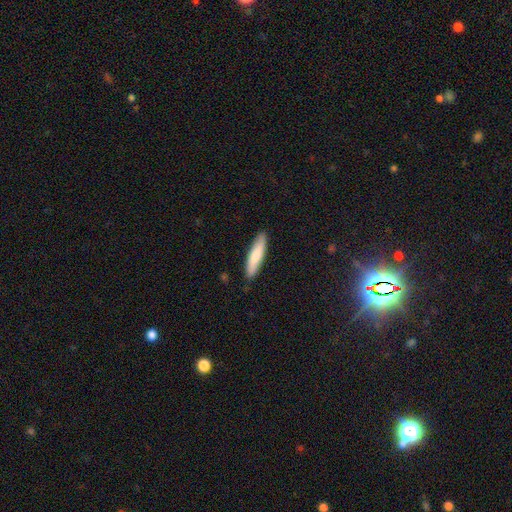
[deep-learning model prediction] smooth_or_featured: smooth (p=0.79) [alt: featured or disk p=0.16]
how_rounded: cigar-shaped (p=0.79) [alt: in between p=0.20]
merging: none (p=0.88) [alt: minor disturbance p=0.09]